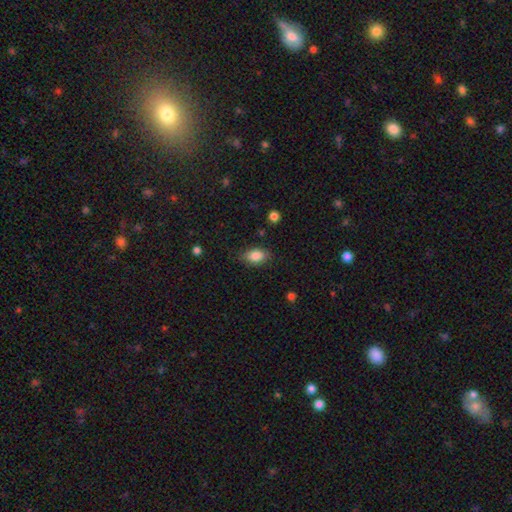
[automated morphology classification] Smooth or featured? Predicted: smooth (p=0.85). How rounded? Predicted: in between (p=0.86). Merging? Predicted: none (p=0.78).